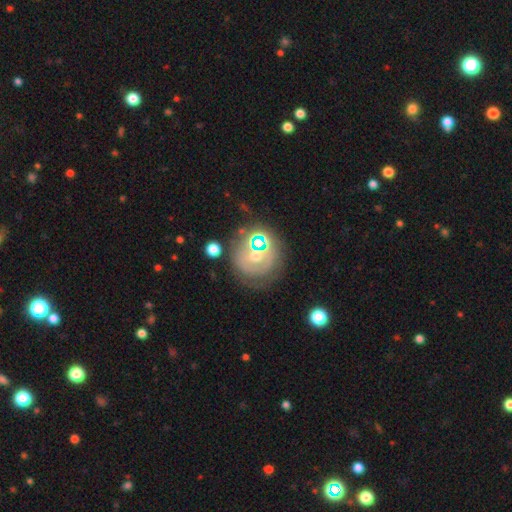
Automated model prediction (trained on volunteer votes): Morphology: type=featured or disk (56%); edge-on=no (96%); bar=no (66%); spiral arms=yes (56%); bulge=moderate (47%); merging=none (64%).